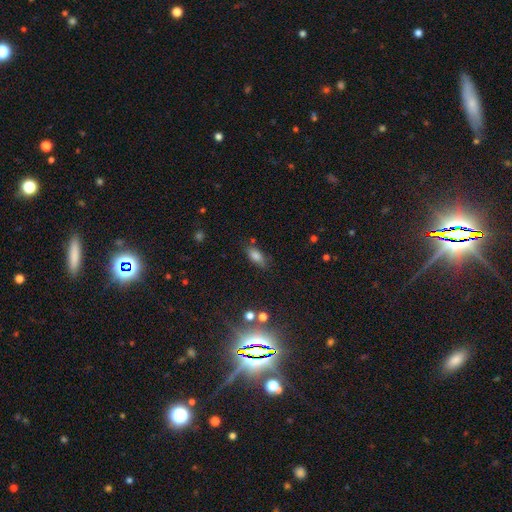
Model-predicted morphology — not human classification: smooth_or_featured: smooth (p=0.78) [alt: star or artifact p=0.11]
how_rounded: in between (p=0.81) [alt: cigar-shaped p=0.15]
merging: none (p=0.74) [alt: minor disturbance p=0.17]